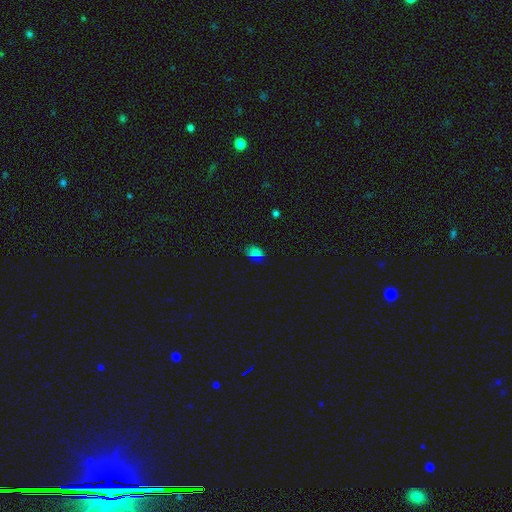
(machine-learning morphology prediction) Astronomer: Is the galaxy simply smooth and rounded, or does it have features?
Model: smooth — 66%.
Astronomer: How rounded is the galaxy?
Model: in between — 83%.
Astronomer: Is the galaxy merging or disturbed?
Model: none — 77%.